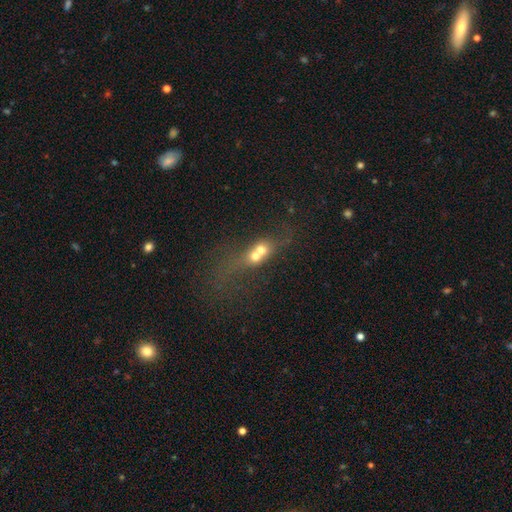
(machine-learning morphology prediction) Smooth or featured: smooth — 56% (featured or disk — 30%)
How rounded: round — 53% (in between — 38%)
Merging: merger — 72% (none — 16%)